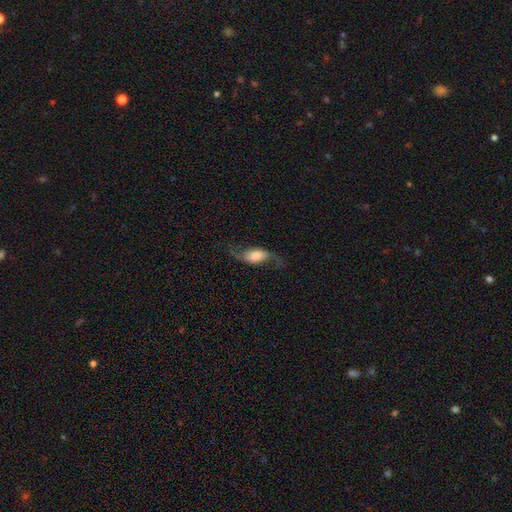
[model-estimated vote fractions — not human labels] This is likely a featured or disk galaxy (73%). It is clearly not viewed edge-on (91%). Bar: possibly no (46%). Spiral arm pattern: clearly yes (94%). Spiral arm count: clearly 2 (93%). Spiral winding: clearly loose (84%). Central bulge: marginally moderate (32%, tied with large). Merging: likely none (70%).